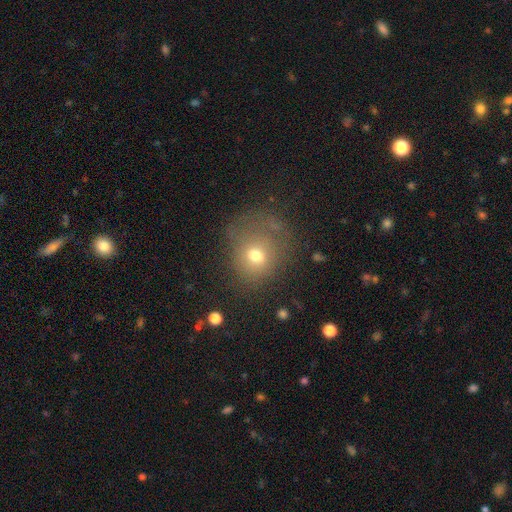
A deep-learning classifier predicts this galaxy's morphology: smooth 68%, featured or disk 16%, star or artifact 16%. Down the decision tree: how rounded — round (69%); merging — none (58%).